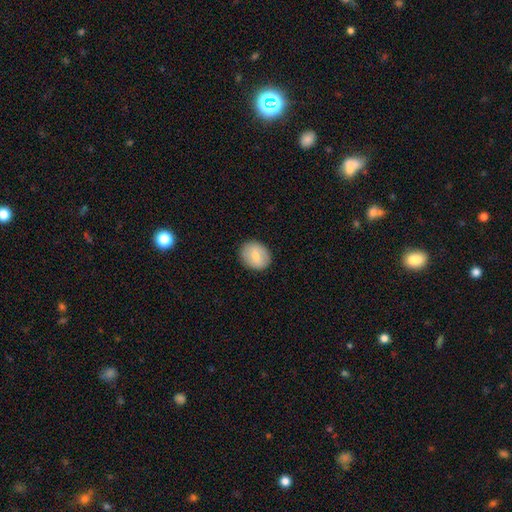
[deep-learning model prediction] This appears to be a smooth galaxy with no disk features (72%) that is round (64%). Merging: none (88%).